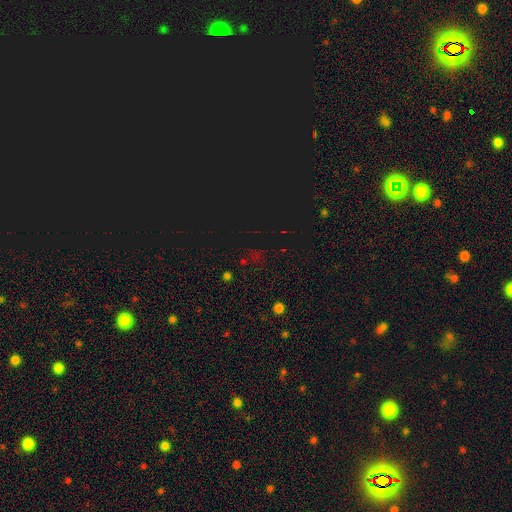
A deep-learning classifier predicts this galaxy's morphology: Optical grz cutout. It shows a star or artifact, not a galaxy (68%).